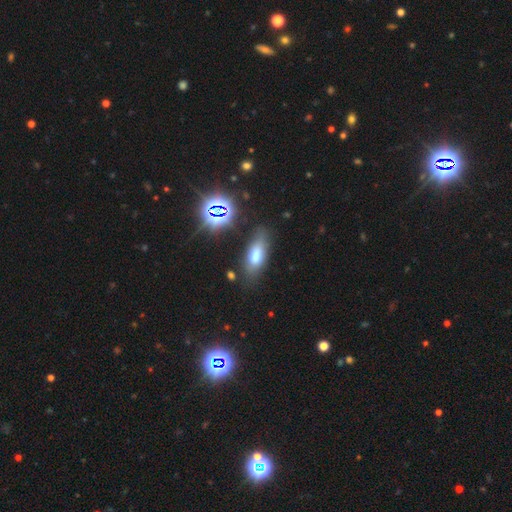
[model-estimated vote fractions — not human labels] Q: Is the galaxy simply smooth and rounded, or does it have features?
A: smooth — 66%.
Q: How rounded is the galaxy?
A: in between — 75%.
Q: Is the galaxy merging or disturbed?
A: none — 76%.